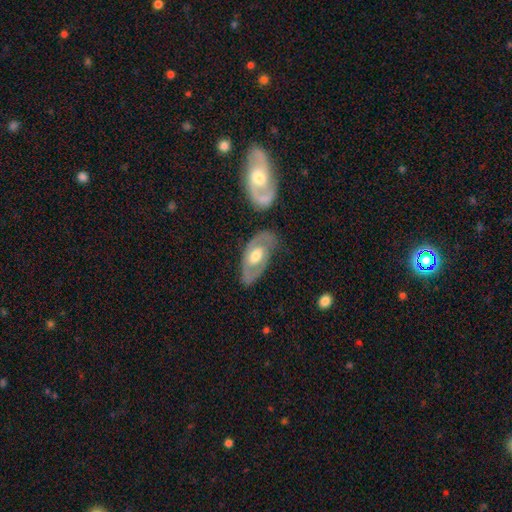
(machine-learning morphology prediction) Smooth or featured?
  - featured or disk: 70% *
  - smooth: 26%
  - star or artifact: 5%
Edge-on disk?
  - no: 90% *
  - yes: 10%
Bar?
  - no: 53% *
  - weak: 35%
  - strong: 11%
Spiral arms?
  - yes: 65% *
  - no: 35%
Bulge size?
  - moderate: 69% *
  - large: 17%
  - small: 11%
  - none: 1%
  - dominant: 1%
Merging?
  - none: 75% *
  - minor disturbance: 16%
  - major disturbance: 6%
  - merger: 3%